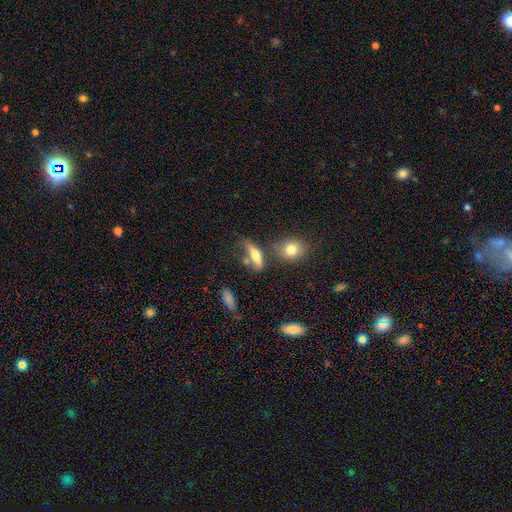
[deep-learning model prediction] smooth 59%, featured or disk 31%, star or artifact 10%. Down the decision tree: how rounded — in between (50%); merging — none (45%).